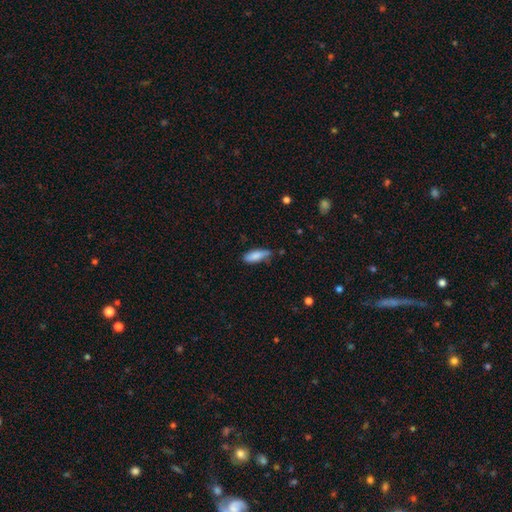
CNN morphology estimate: type=smooth (82%); roundness=in between (58%); merging=none (59%).